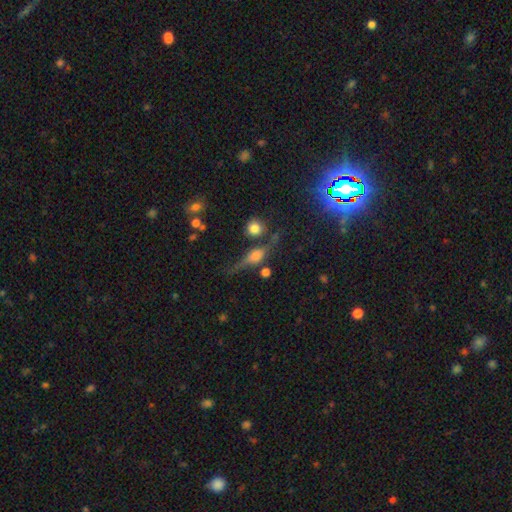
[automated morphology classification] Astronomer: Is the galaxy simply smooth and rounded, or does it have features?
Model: featured or disk — 67%.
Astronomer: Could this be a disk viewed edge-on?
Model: yes — 88%.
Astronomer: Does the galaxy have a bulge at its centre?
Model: rounded — 88%.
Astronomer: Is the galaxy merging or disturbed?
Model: none — 68%.